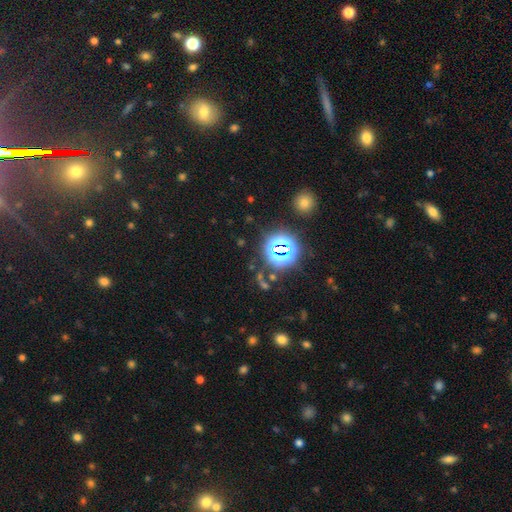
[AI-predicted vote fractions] smooth_or_featured: star or artifact (p=0.74) [alt: smooth p=0.17]